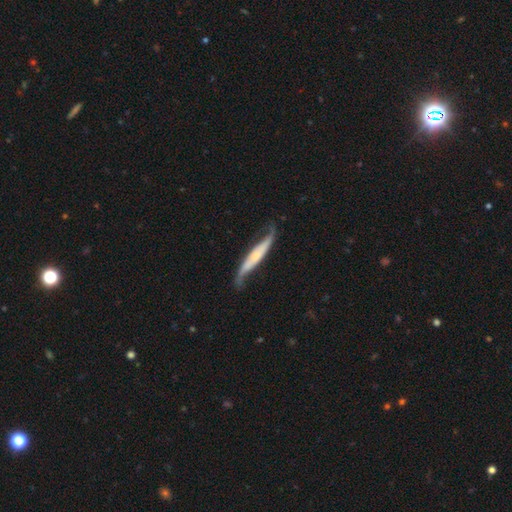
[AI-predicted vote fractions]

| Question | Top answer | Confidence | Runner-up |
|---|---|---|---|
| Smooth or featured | featured or disk | 73% | smooth (22%) |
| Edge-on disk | no | 52% | yes (48%) |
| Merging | none | 63% | minor disturbance (24%) |